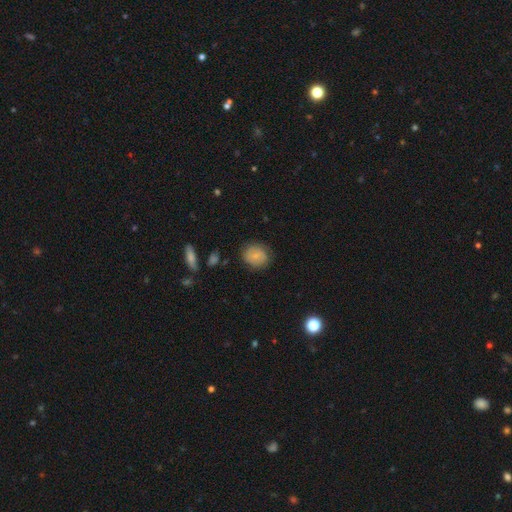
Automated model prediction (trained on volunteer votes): Overall: smooth (73%). How rounded: round (75%). Merging: none (78%).